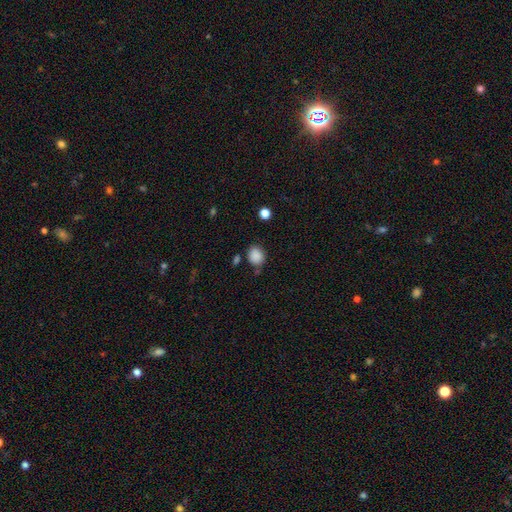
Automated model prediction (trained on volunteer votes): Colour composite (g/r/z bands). It shows a smooth galaxy with no disk features (87%) that is round (66%). Merging: none (74%).